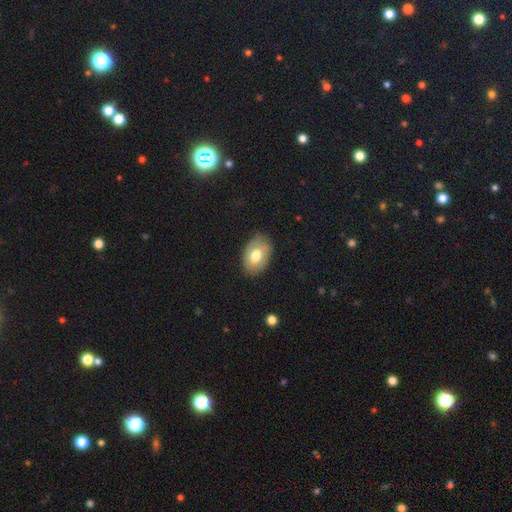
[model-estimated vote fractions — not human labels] A smooth galaxy with no disk features (64%) that is in between round and cigar-shaped (85%). Merging: none (76%).